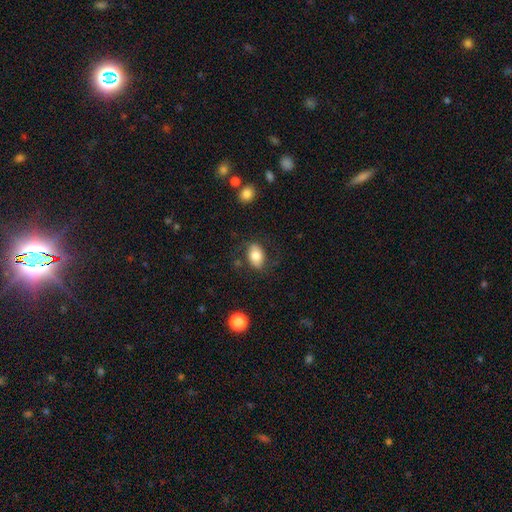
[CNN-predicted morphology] The model was most divided on "merging": none: 75%, minor disturbance: 15%, major disturbance: 7%, merger: 2%. More confident: how rounded — in between (85%); smooth or featured — smooth (78%).